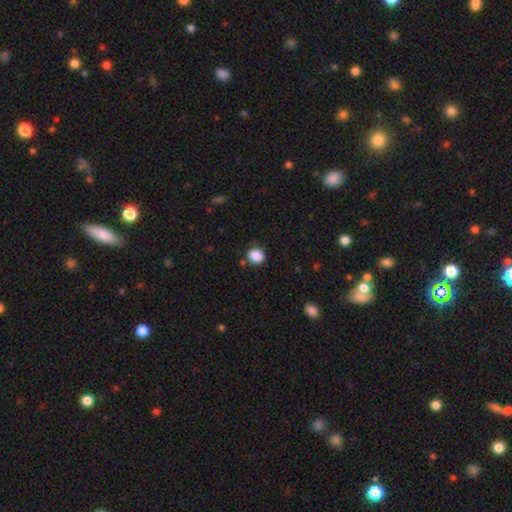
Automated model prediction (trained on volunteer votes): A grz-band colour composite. It shows a smooth galaxy with no disk features (87%) that is round (84%). Merging: none (84%).